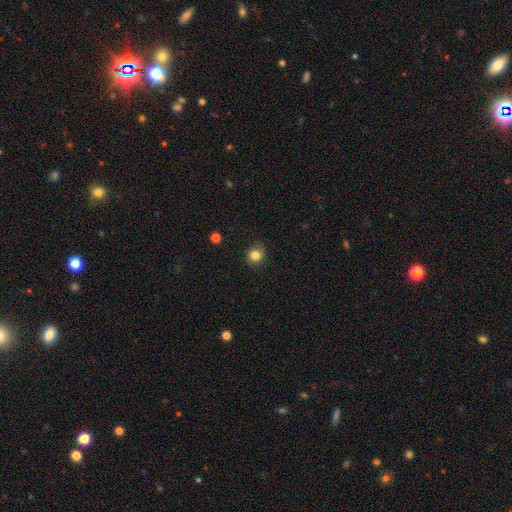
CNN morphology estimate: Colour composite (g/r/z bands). It shows a smooth galaxy with no disk features (83%) that is round (86%). Merging: none (87%).